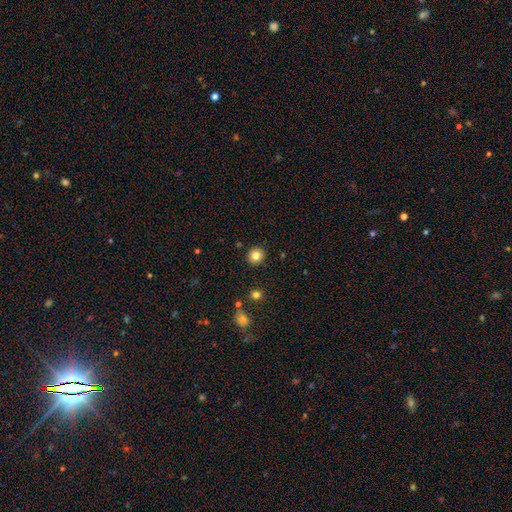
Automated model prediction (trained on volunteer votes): Q: Smooth or featured?
A: smooth (83%); runner-up: star or artifact (11%)
Q: How rounded?
A: round (90%); runner-up: in between (9%)
Q: Merging?
A: none (91%); runner-up: minor disturbance (5%)